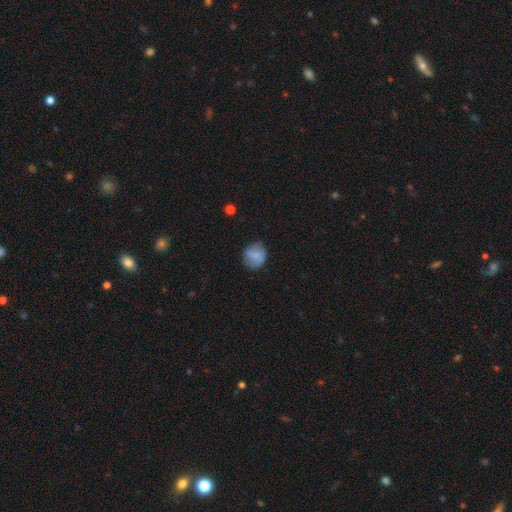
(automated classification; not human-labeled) Q: Smooth or featured?
A: smooth (61%); runner-up: featured or disk (30%)
Q: How rounded?
A: round (73%); runner-up: in between (26%)
Q: Merging?
A: none (73%); runner-up: minor disturbance (19%)